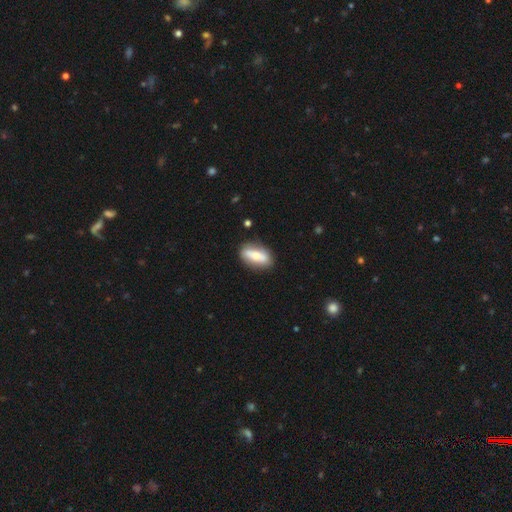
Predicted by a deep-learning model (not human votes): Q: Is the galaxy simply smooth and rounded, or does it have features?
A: smooth — 57%.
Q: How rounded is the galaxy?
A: in between — 79%.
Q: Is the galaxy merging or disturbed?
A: none — 83%.